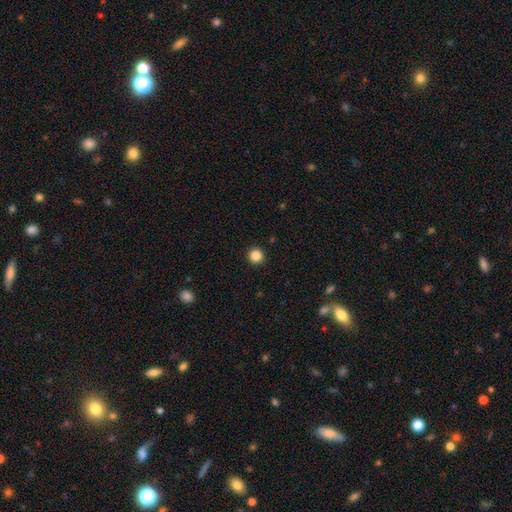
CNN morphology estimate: Smooth or featured? smooth (86%)
How rounded? round (95%)
Merging? none (93%)